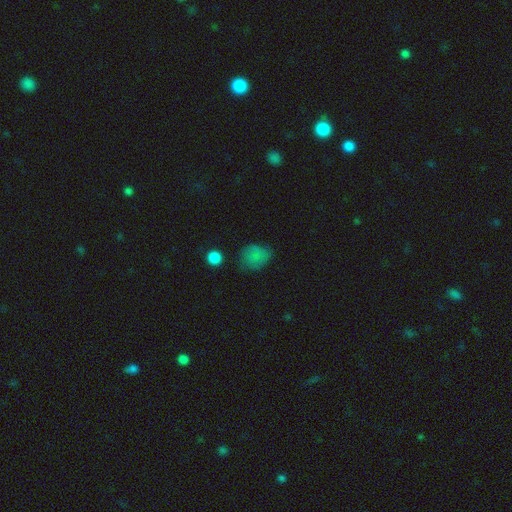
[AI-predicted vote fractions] Smooth or featured: smooth — 77% (star or artifact — 13%)
How rounded: round — 57% (in between — 42%)
Merging: none — 56% (minor disturbance — 30%)